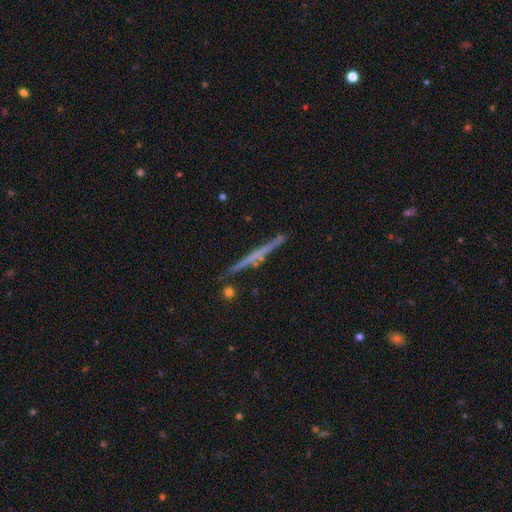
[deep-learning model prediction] Smooth or featured?
  - featured or disk: 65% *
  - smooth: 28%
  - star or artifact: 7%
Edge-on disk?
  - yes: 97% *
  - no: 3%
Edge-on bulge?
  - none: 76% *
  - rounded: 15%
  - boxy: 9%
Merging?
  - none: 86% *
  - minor disturbance: 9%
  - merger: 3%
  - major disturbance: 2%